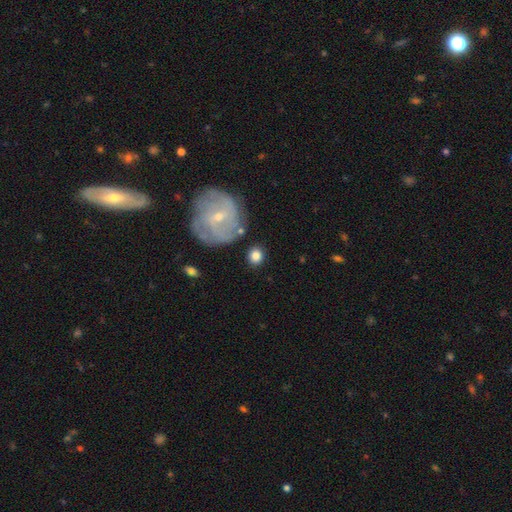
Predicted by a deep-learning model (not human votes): Smooth or featured? Predicted: smooth (p=0.79). How rounded? Predicted: round (p=0.80). Merging? Predicted: none (p=0.81).